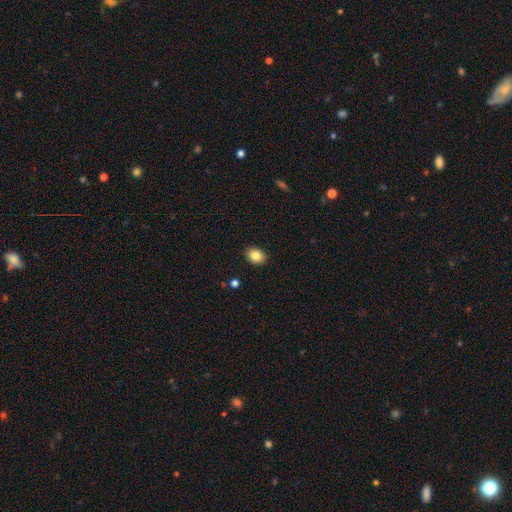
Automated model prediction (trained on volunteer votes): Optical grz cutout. It shows a smooth galaxy with no disk features (84%) that is in between round and cigar-shaped (57%). Merging: none (90%).